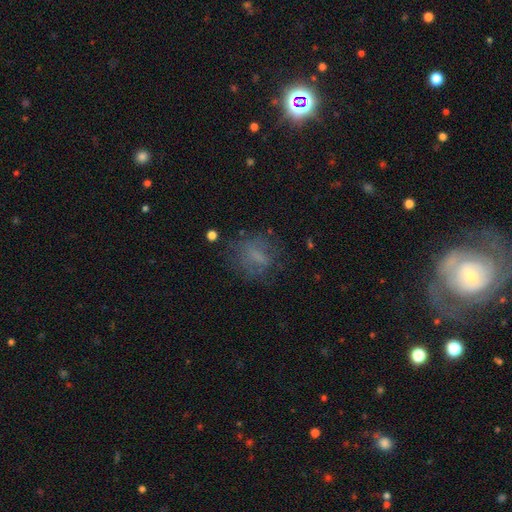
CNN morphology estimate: Smooth or featured?
  - smooth: 57% *
  - featured or disk: 26%
  - star or artifact: 17%
How rounded?
  - round: 47% * (tied)
  - in between: 47% * (tied)
  - cigar-shaped: 6%
Merging?
  - none: 64% *
  - minor disturbance: 18%
  - major disturbance: 16%
  - merger: 2%